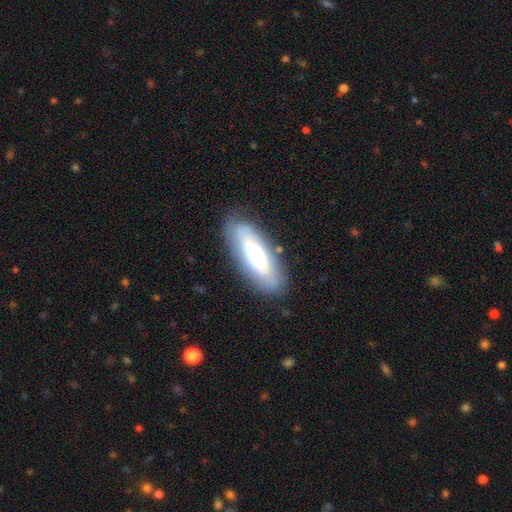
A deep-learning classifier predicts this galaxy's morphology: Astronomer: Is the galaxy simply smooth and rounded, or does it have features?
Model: smooth — 56% (runner-up: featured or disk, 37%).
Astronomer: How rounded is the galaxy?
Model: in between — 63%.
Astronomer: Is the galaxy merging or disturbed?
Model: none — 76%.